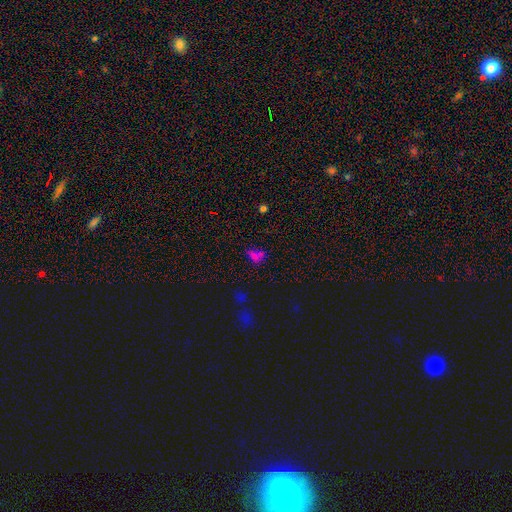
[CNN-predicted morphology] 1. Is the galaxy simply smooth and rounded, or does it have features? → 55% smooth, 33% star or artifact, 11% featured or disk.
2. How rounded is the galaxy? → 60% in between, 33% round, 7% cigar-shaped.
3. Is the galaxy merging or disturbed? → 44% none, 32% merger, 14% minor disturbance, 10% major disturbance.